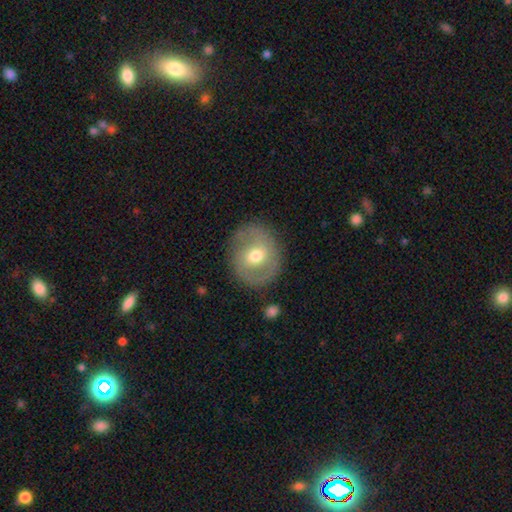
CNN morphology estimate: smooth-or-featured: featured or disk: 57% | smooth: 35% | star or artifact: 8%
  disk-edge-on: no: 95% | yes: 5%
    bar: no: 44% | weak: 40% | strong: 16%
    has-spiral-arms: yes: 55% | no: 45%
    bulge-size: moderate: 75% | small: 16% | large: 7% | dominant: 1% | none: 1%
  merging: none: 84% | minor disturbance: 11% | major disturbance: 4% | merger: 1%